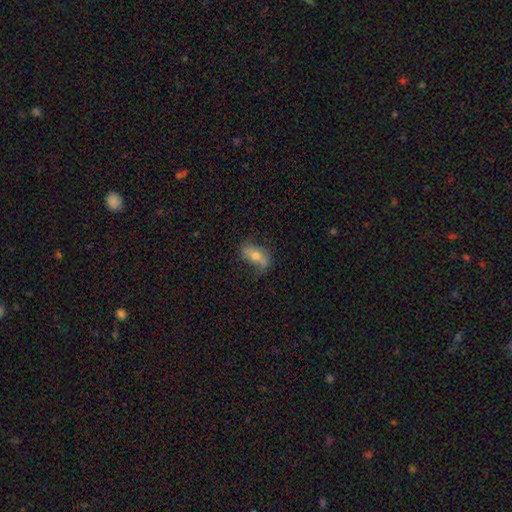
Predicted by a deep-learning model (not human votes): This is possibly a featured or disk galaxy (50%). It is clearly not viewed edge-on (83%). Merging: likely none (64%).